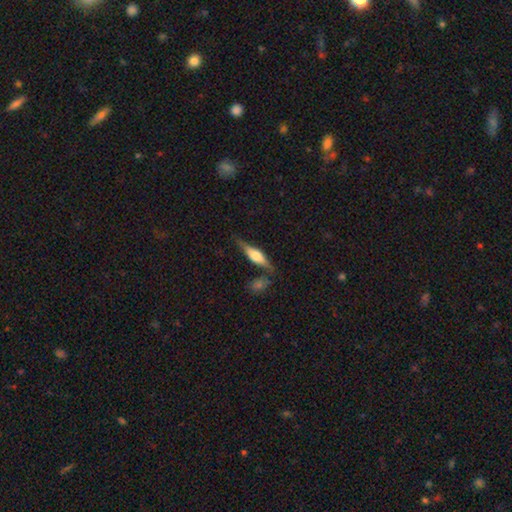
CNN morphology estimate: smooth_or_featured: featured or disk (p=0.48) [alt: smooth p=0.46]
merging: none (p=0.67) [alt: minor disturbance p=0.18]